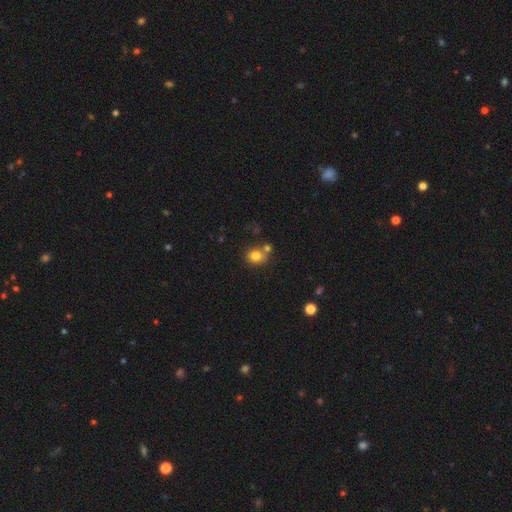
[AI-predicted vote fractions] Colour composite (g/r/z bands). It shows a smooth galaxy with no disk features (80%) that is round (72%). Merging: none (64%).